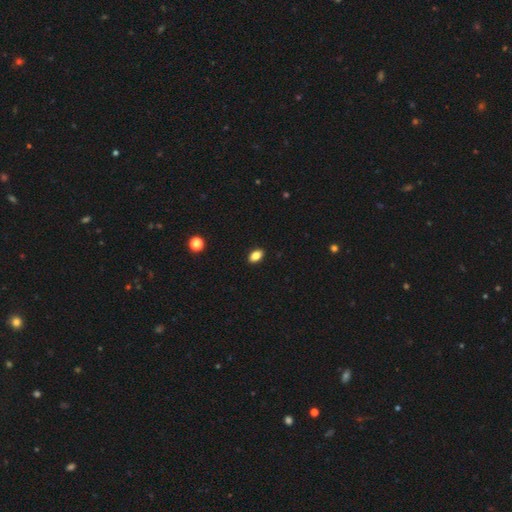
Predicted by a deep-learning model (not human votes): Morphology: type=smooth (84%); roundness=in between (88%); merging=none (90%).